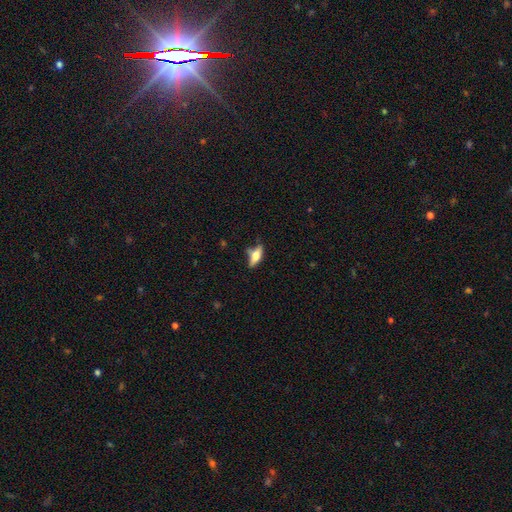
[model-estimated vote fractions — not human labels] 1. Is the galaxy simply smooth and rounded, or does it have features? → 53% smooth, 40% featured or disk, 8% star or artifact.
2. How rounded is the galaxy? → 61% in between, 35% cigar-shaped, 4% round.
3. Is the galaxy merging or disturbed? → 60% none, 24% minor disturbance, 9% major disturbance, 7% merger.